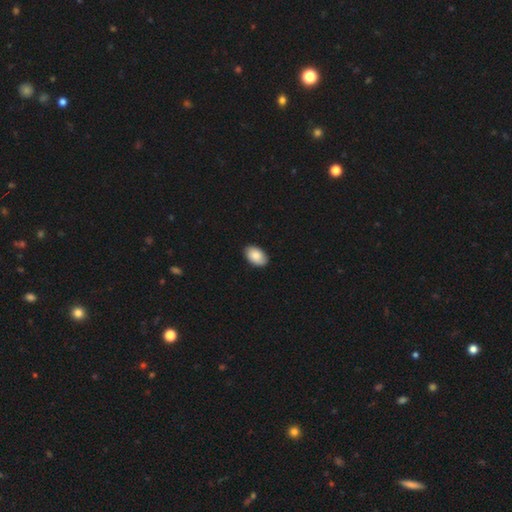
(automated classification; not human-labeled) Smooth or featured?
  - smooth: 87% *
  - featured or disk: 6%
  - star or artifact: 6%
How rounded?
  - in between: 93% *
  - round: 6%
  - cigar-shaped: 1%
Merging?
  - none: 89% *
  - minor disturbance: 8%
  - major disturbance: 2%
  - merger: 1%